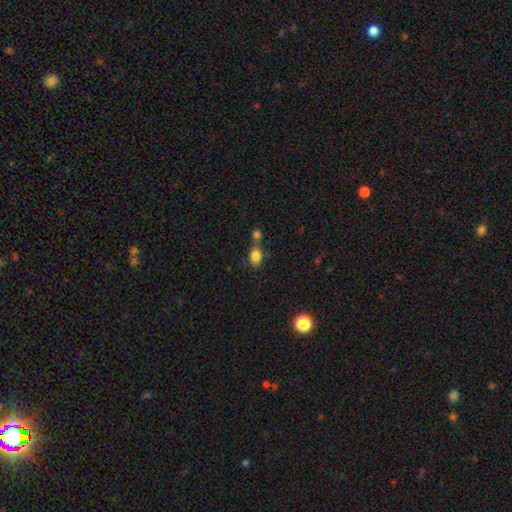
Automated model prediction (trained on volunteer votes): This appears to be a smooth galaxy with no disk features (83%) that is in between round and cigar-shaped (83%). Merging: none (54%).